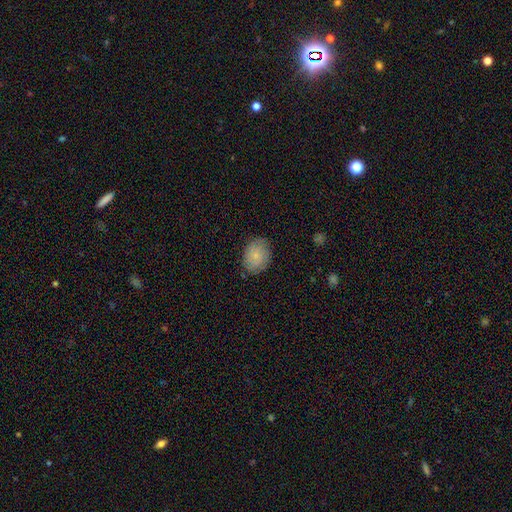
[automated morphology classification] This is likely a smooth galaxy (79%). How rounded: likely in between (60%). Merging: likely none (79%).